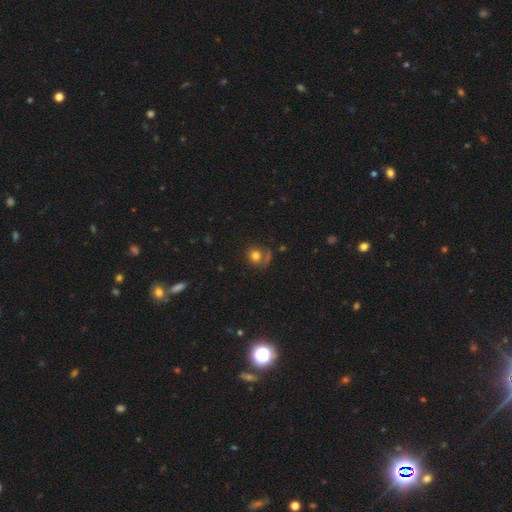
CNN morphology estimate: Smooth or featured? Predicted: smooth (p=0.77). How rounded? Predicted: round (p=0.83). Merging? Predicted: none (p=0.60).